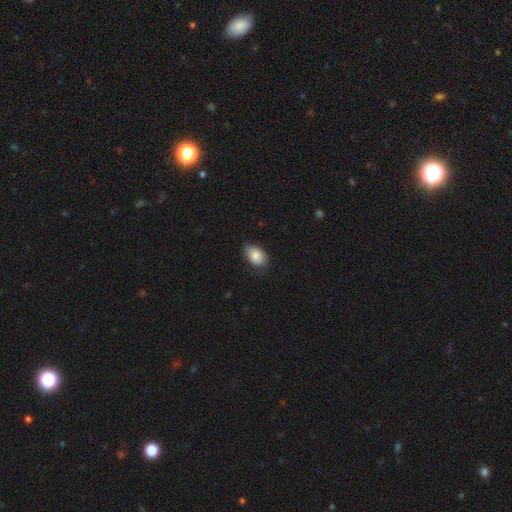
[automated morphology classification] smooth 85%, featured or disk 9%, star or artifact 7%. Down the decision tree: how rounded — in between (88%); merging — none (68%).